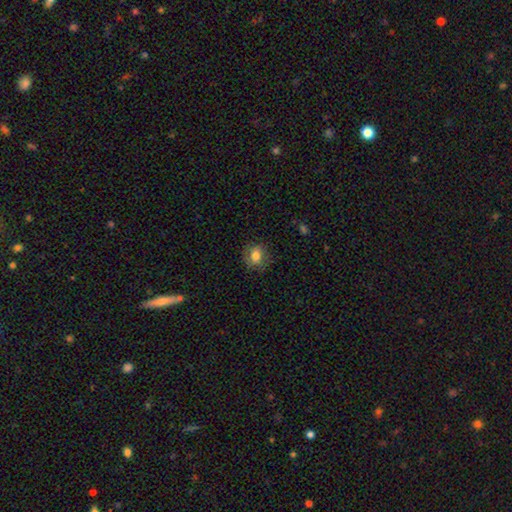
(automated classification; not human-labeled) Smooth or featured? Predicted: smooth (p=0.76). How rounded? Predicted: round (p=0.62). Merging? Predicted: none (p=0.79).